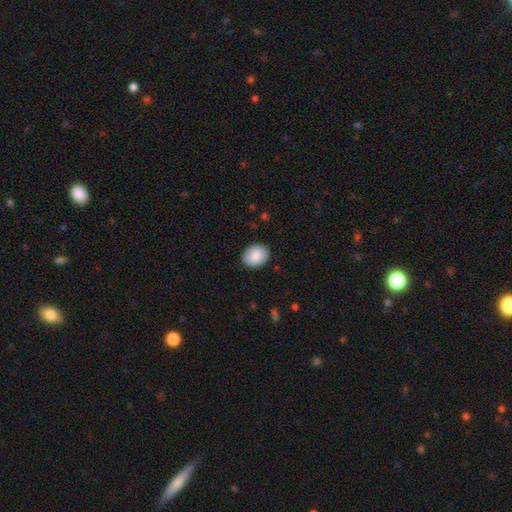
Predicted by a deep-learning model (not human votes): smooth-or-featured: smooth: 81% | featured or disk: 12% | star or artifact: 7%
  how-rounded: in between: 55% | round: 44% | cigar-shaped: 1%
  merging: none: 88% | minor disturbance: 9% | major disturbance: 2% | merger: 1%